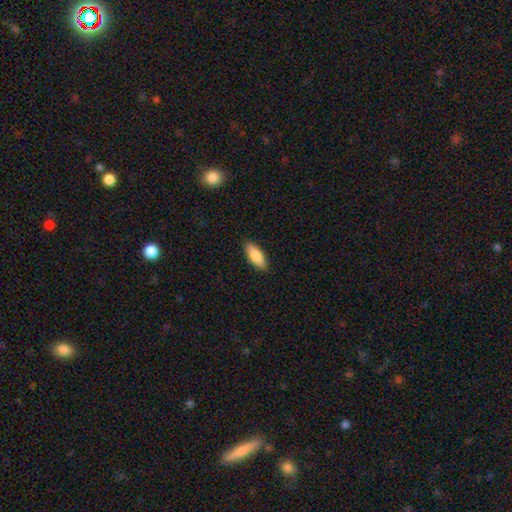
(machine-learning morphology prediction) Overall: smooth (81%). How rounded: in between (76%). Merging: none (88%).